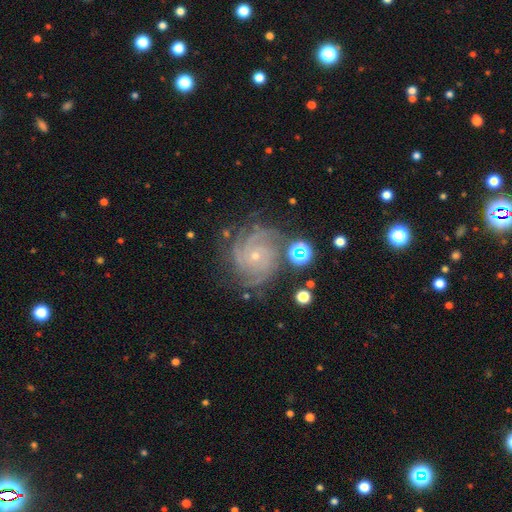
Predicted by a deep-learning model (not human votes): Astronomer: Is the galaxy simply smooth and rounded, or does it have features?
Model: featured or disk — 87%.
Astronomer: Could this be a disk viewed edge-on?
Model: no — 98%.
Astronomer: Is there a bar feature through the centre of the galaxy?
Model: no — 78%.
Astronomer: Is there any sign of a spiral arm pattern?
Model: yes — 98%.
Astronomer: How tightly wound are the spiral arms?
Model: tight — 73%.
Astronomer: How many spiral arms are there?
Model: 4 — 31% (runner-up: 3, 25%).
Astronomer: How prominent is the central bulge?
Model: small — 81%.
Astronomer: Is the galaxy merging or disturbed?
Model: none — 74%.